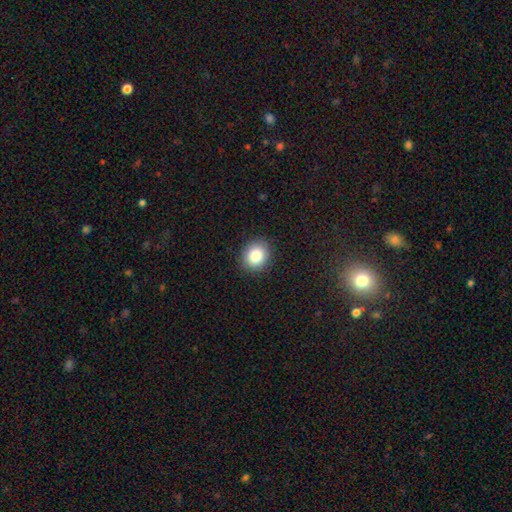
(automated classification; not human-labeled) Smooth or featured? Predicted: smooth (p=0.85). How rounded? Predicted: round (p=0.67). Merging? Predicted: none (p=0.90).